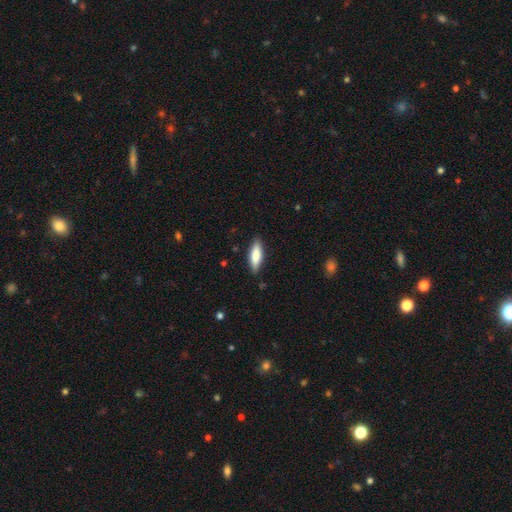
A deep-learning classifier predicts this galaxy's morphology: smooth 77%, featured or disk 18%, star or artifact 6%. Down the decision tree: how rounded — in between (51%); merging — none (87%).